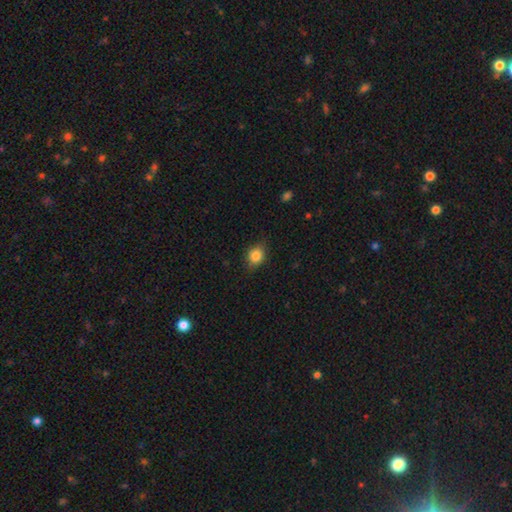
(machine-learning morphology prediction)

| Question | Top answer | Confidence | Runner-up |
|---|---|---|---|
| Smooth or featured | smooth | 84% | star or artifact (9%) |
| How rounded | round | 57% | in between (42%) |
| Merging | none | 78% | minor disturbance (18%) |